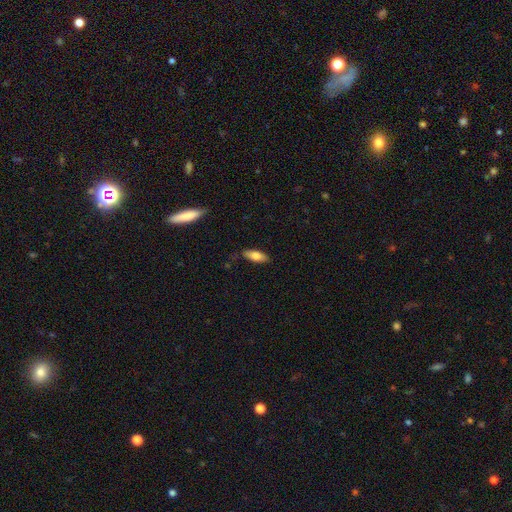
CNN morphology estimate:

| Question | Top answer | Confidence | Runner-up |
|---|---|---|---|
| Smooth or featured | smooth | 75% | featured or disk (19%) |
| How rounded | in between | 72% | cigar-shaped (26%) |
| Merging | none | 79% | minor disturbance (16%) |